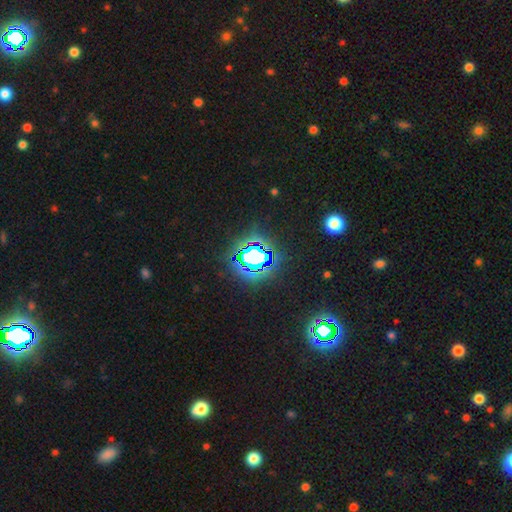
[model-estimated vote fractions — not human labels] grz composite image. It shows a star or artifact, not a galaxy (75%).